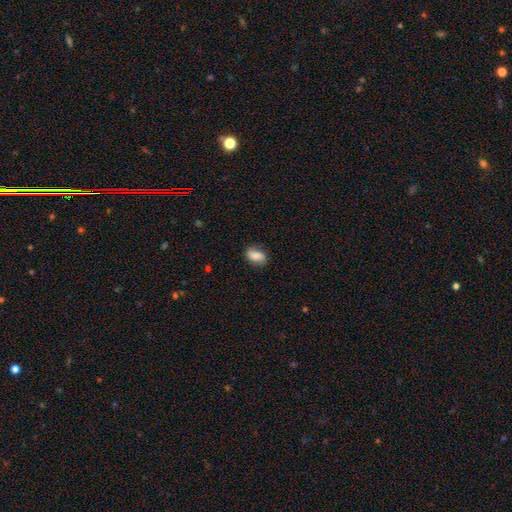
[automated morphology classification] smooth-or-featured: smooth: 77% | featured or disk: 15% | star or artifact: 8%
  how-rounded: in between: 87% | round: 8% | cigar-shaped: 5%
  merging: none: 76% | minor disturbance: 18% | major disturbance: 4% | merger: 1%